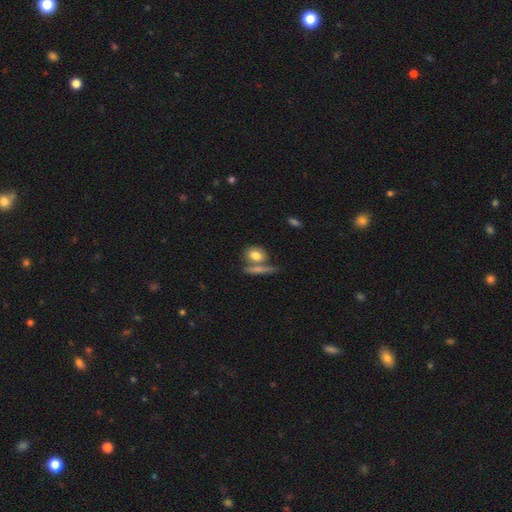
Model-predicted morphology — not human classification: A smooth galaxy with no disk features (77%) that is in between round and cigar-shaped (53%).

Vote fractions:
- Smooth or featured? smooth: 77% / featured or disk: 15% / star or artifact: 8%
- How rounded? in between: 53% / round: 37% / cigar-shaped: 10%
- Merging? none: 51% / merger: 32% / minor disturbance: 12% / major disturbance: 6%